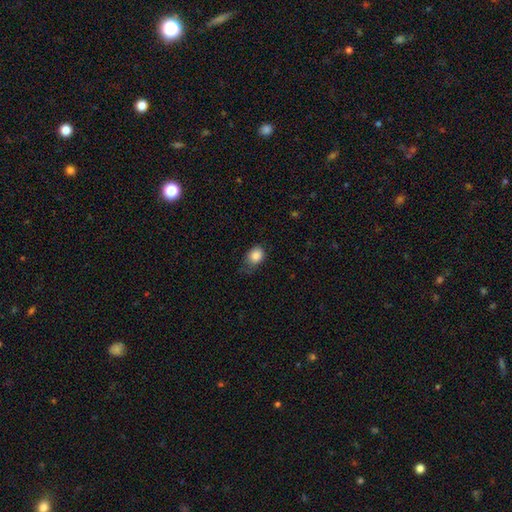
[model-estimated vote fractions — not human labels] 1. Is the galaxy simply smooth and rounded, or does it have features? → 85% smooth, 9% star or artifact, 6% featured or disk.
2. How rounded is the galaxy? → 59% in between, 40% round, 1% cigar-shaped.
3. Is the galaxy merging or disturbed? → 55% none, 34% minor disturbance, 9% major disturbance, 2% merger.